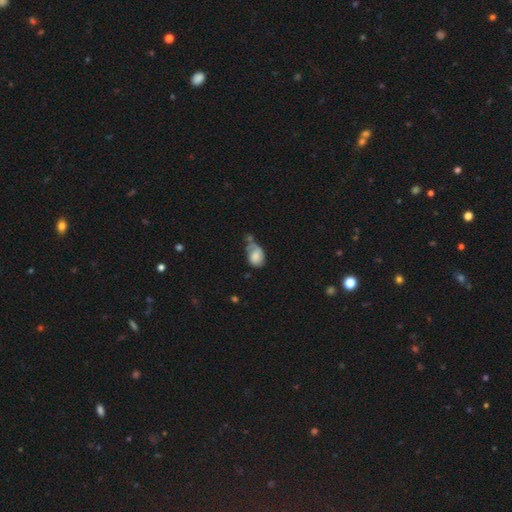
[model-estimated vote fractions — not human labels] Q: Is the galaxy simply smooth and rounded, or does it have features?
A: smooth — 65%.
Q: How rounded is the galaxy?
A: in between — 79%.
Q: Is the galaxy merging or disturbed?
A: none — 28%, tied with minor disturbance and major disturbance.